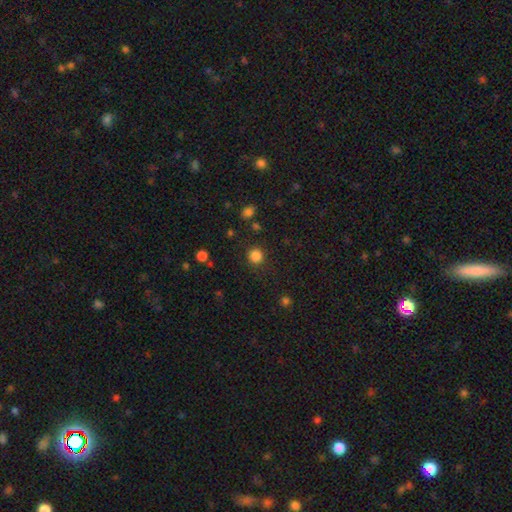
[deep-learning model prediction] Smooth or featured: smooth — 84% (star or artifact — 12%)
How rounded: round — 92% (in between — 7%)
Merging: none — 89% (minor disturbance — 7%)